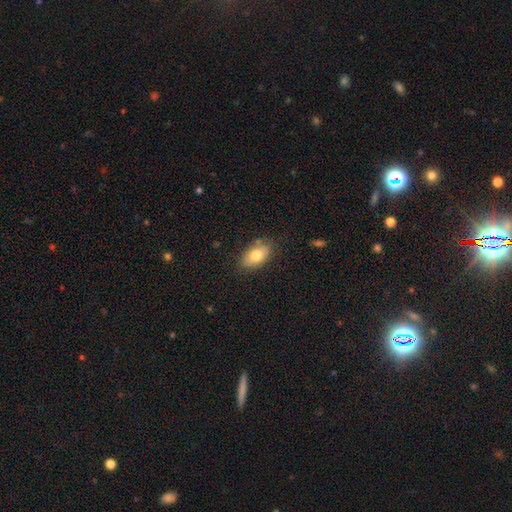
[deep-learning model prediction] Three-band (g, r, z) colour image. It shows a smooth galaxy with no disk features (75%) that is in between round and cigar-shaped (90%). Merging: none (79%).